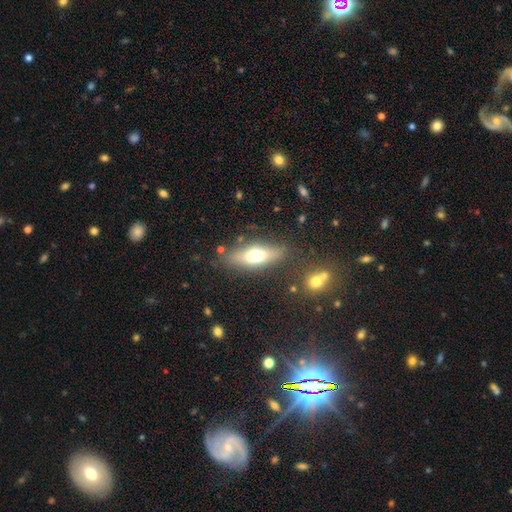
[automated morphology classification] Overall: smooth (57%; featured or disk 35%). How rounded: in between (57%; cigar-shaped 39%). Merging: none (79%).